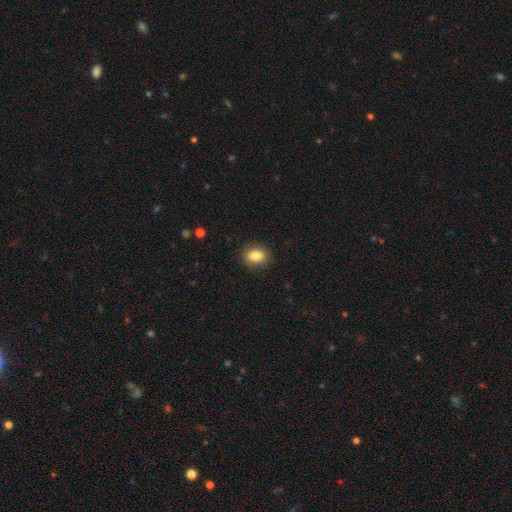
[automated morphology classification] smooth_or_featured: smooth (p=0.84) [alt: star or artifact p=0.09]
how_rounded: in between (p=0.57) [alt: round p=0.42]
merging: none (p=0.87) [alt: minor disturbance p=0.09]